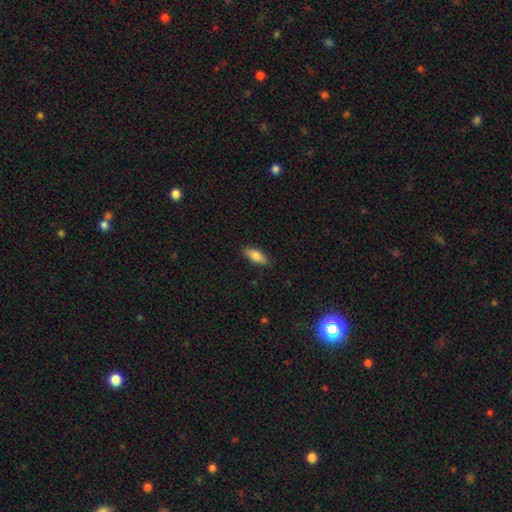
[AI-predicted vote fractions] This appears to be a smooth galaxy with no disk features (82%) that is in between round and cigar-shaped (75%). Merging: none (87%).